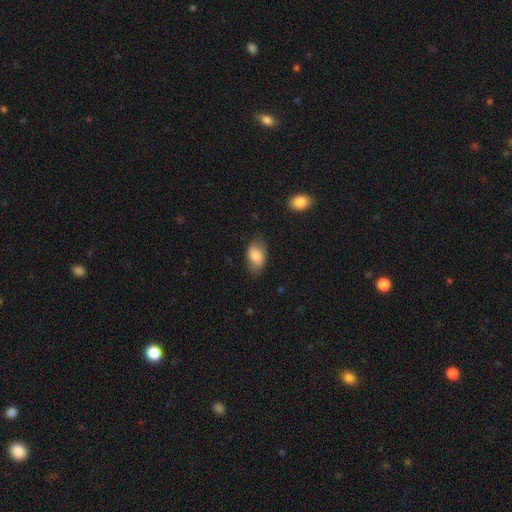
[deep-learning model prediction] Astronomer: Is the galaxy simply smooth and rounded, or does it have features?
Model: smooth — 79%.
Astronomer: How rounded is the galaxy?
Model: in between — 91%.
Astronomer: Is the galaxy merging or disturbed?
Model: none — 74%.